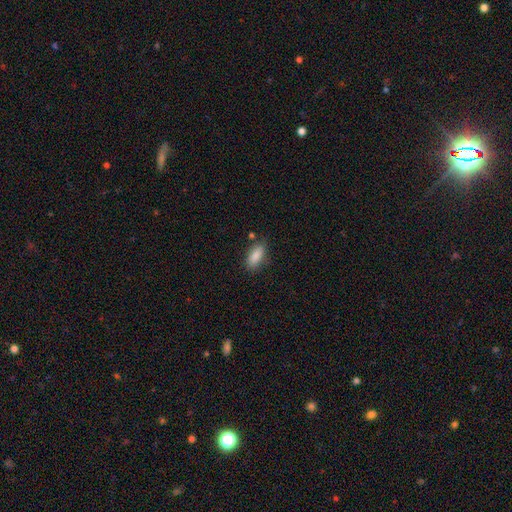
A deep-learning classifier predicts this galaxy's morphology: This appears to be a smooth galaxy with no disk features (87%) that is in between round and cigar-shaped (81%). Merging: none (79%).